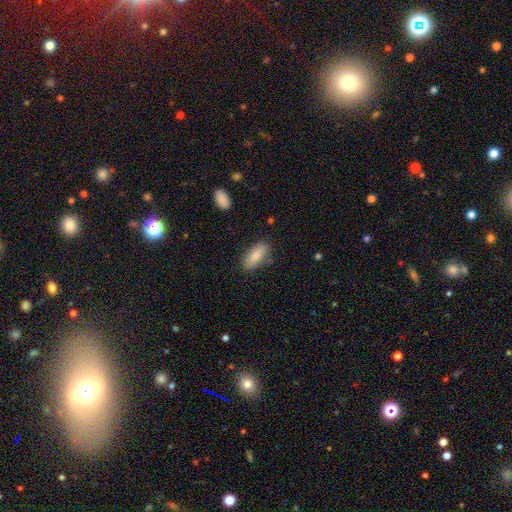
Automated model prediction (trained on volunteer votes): A smooth galaxy with no disk features (84%) that is in between round and cigar-shaped (84%). Merging: none (81%).